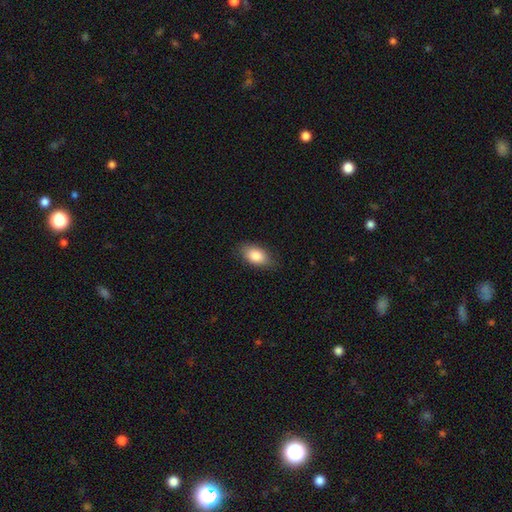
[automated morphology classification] Overall: smooth (84%). How rounded: in between (91%). Merging: none (82%).